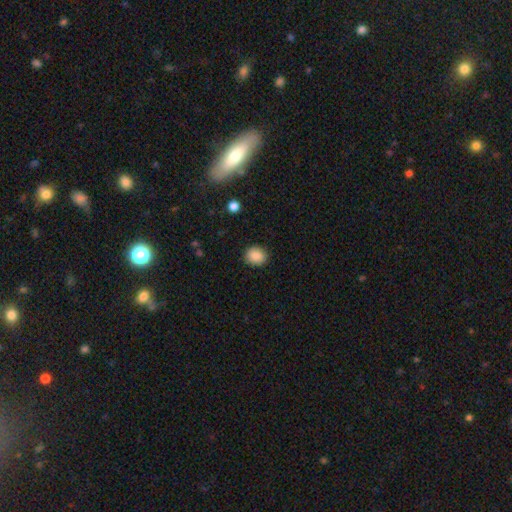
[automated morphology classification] Overall: smooth (88%). How rounded: round (73%). Merging: none (90%).